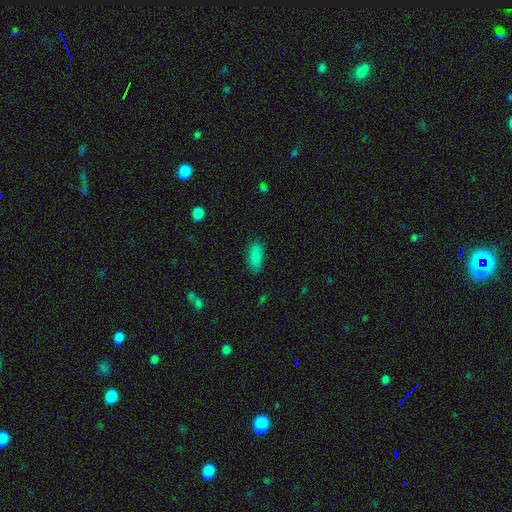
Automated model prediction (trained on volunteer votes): This appears to be a smooth galaxy with no disk features (87%) that is in between round and cigar-shaped (86%). Merging: none (86%).